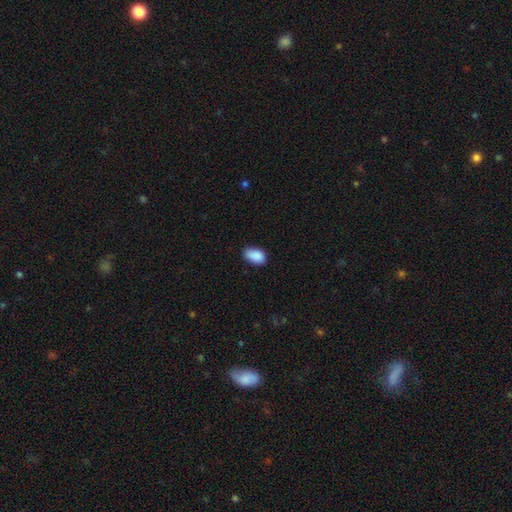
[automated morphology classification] smooth 89%, star or artifact 7%, featured or disk 3%. Down the decision tree: how rounded — in between (92%); merging — none (73%).